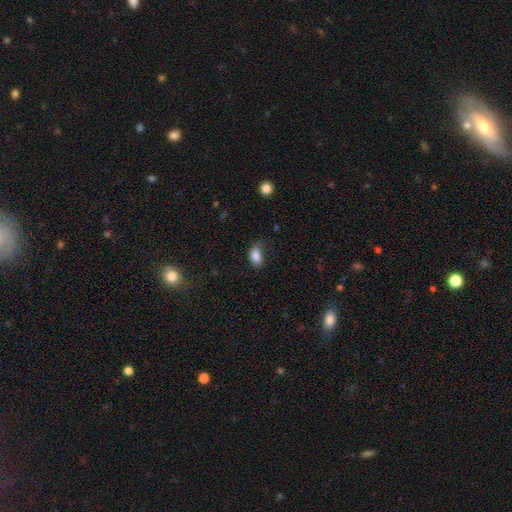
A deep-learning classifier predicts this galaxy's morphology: This is clearly a smooth galaxy (85%). How rounded: clearly in between (88%). Merging: possibly none (58%).